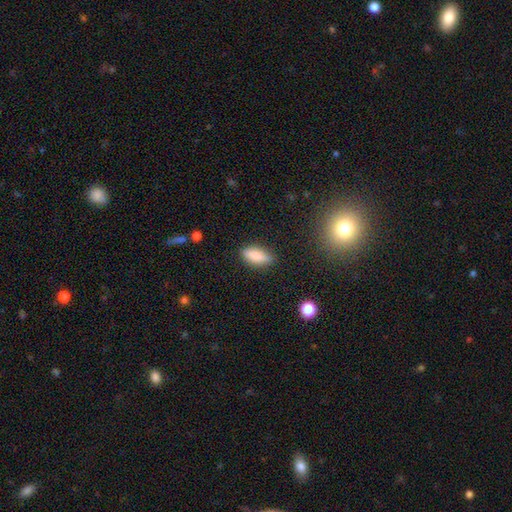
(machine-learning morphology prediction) Smooth or featured? Predicted: smooth (p=0.76). How rounded? Predicted: in between (p=0.64). Merging? Predicted: none (p=0.83).